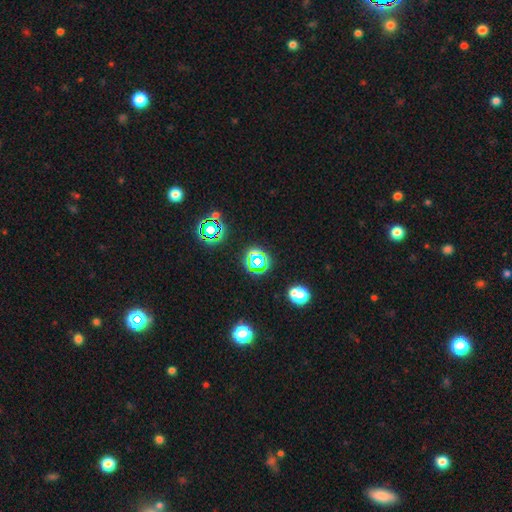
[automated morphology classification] A star or artifact, not a galaxy (67%).

Vote fractions:
- Smooth or featured? star or artifact: 67% / smooth: 21% / featured or disk: 11%